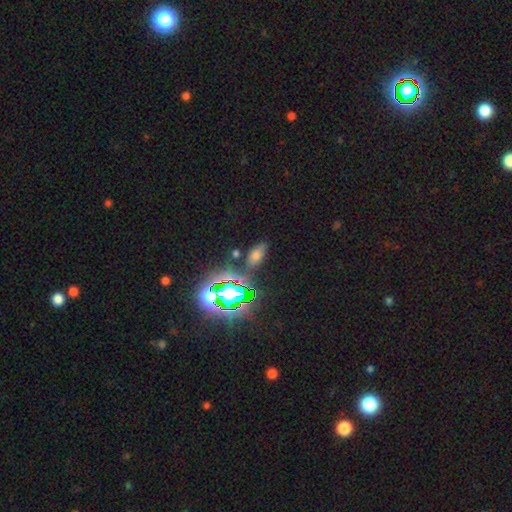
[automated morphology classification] Overall: smooth (56%; star or artifact 32%). How rounded: in between (87%). Merging: none (79%).